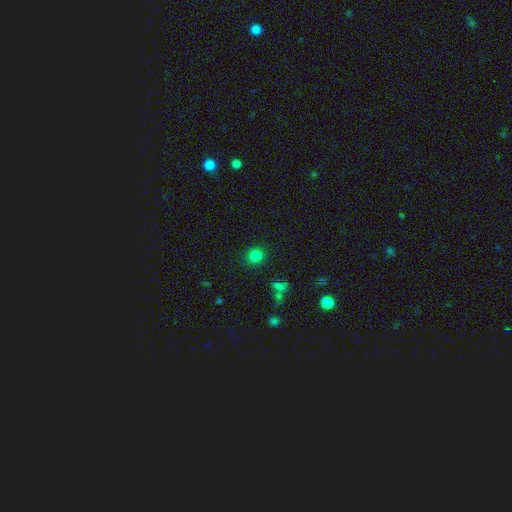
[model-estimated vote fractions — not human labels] Smooth or featured? Predicted: smooth (p=0.83). How rounded? Predicted: round (p=0.87). Merging? Predicted: none (p=0.88).